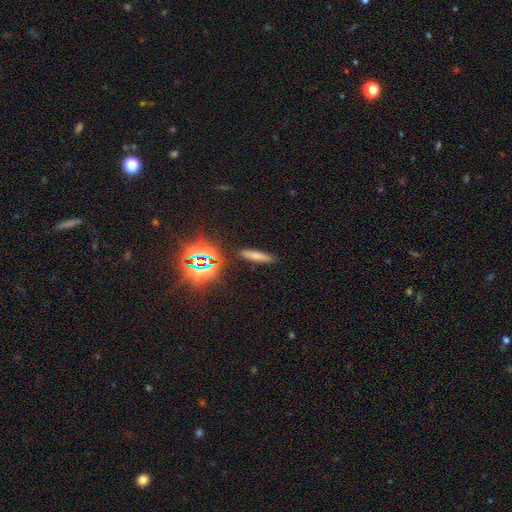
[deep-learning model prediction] Smooth or featured? Predicted: smooth (p=0.65). How rounded? Predicted: cigar-shaped (p=0.82). Merging? Predicted: none (p=0.87).